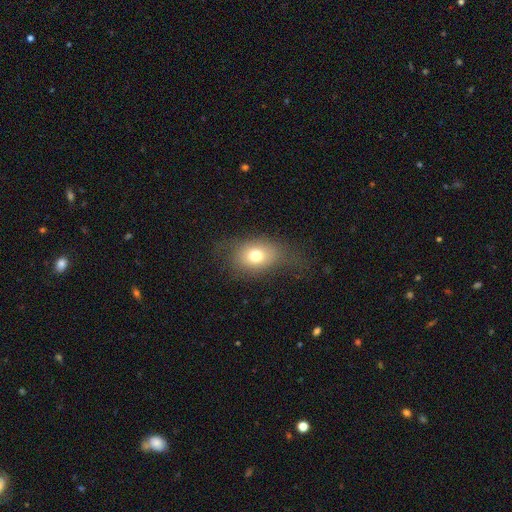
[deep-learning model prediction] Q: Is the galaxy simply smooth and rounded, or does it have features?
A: smooth — 72%.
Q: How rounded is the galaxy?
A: in between — 68%.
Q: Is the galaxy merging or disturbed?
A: none — 60%.